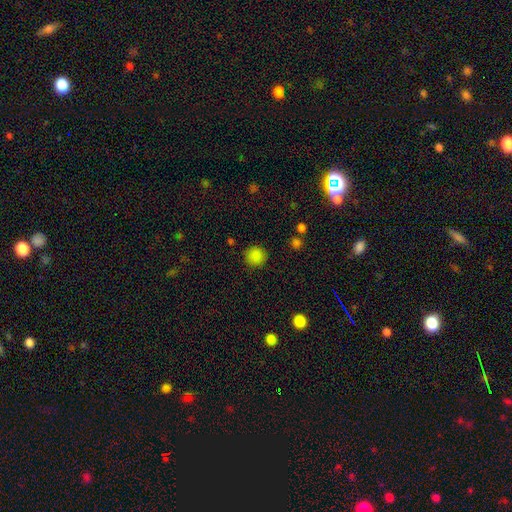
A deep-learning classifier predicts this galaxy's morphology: Q: Smooth or featured?
A: smooth (86%); runner-up: star or artifact (11%)
Q: How rounded?
A: round (92%); runner-up: in between (7%)
Q: Merging?
A: none (88%); runner-up: minor disturbance (8%)